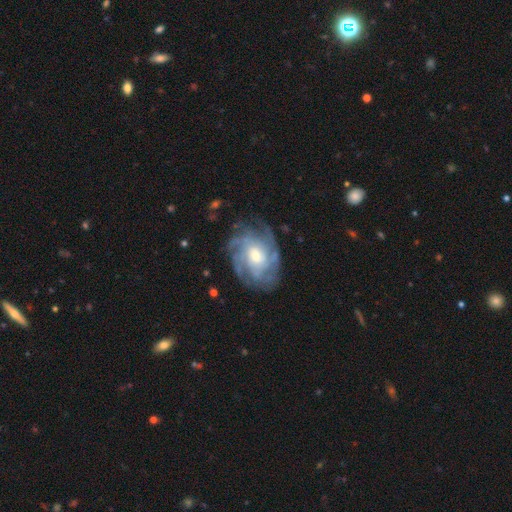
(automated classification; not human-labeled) Q: Smooth or featured?
A: featured or disk (85%); runner-up: smooth (9%)
Q: Edge-on disk?
A: no (97%); runner-up: yes (3%)
Q: Bar?
A: no (70%); runner-up: weak (26%)
Q: Spiral arms?
A: yes (95%); runner-up: no (5%)
Q: Spiral winding?
A: tight (61%); runner-up: medium (30%)
Q: Spiral arm count?
A: can't tell (35%); runner-up: 4 (21%)
Q: Bulge size?
A: moderate (59%); runner-up: small (27%)
Q: Merging?
A: none (76%); runner-up: minor disturbance (16%)